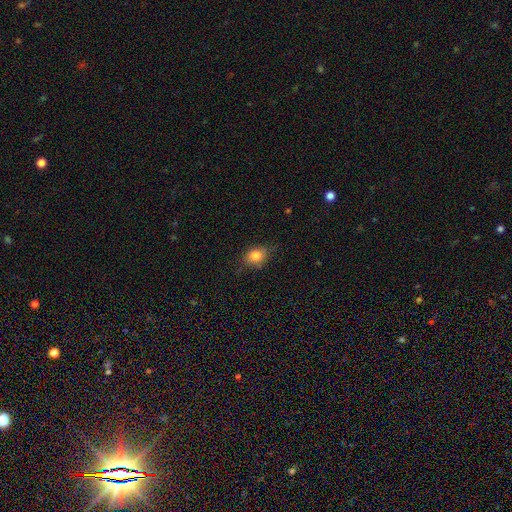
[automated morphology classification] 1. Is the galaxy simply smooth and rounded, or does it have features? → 81% smooth, 10% star or artifact, 8% featured or disk.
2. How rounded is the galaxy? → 53% in between, 46% round, 2% cigar-shaped.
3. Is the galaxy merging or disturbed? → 70% none, 24% minor disturbance, 5% major disturbance, 1% merger.